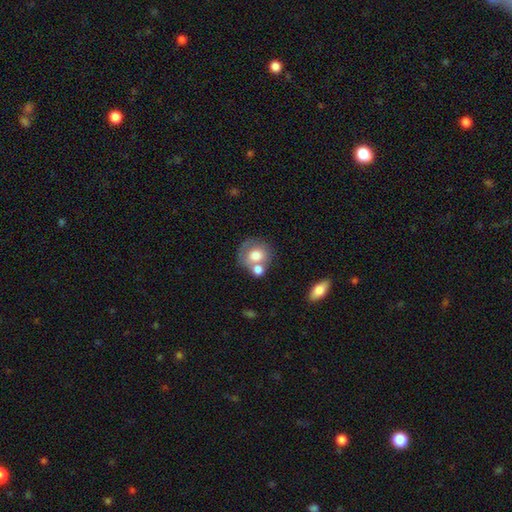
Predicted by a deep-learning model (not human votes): Smooth or featured?
  - smooth: 68% *
  - featured or disk: 24%
  - star or artifact: 8%
How rounded?
  - round: 76% *
  - in between: 23%
  - cigar-shaped: 1%
Merging?
  - none: 43% *
  - merger: 37%
  - minor disturbance: 14%
  - major disturbance: 7%